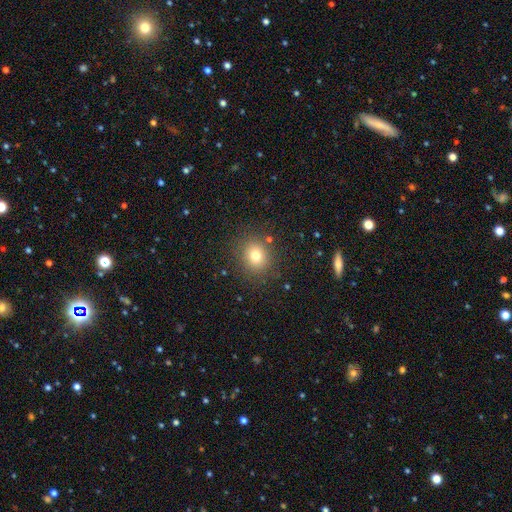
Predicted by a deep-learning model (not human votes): Overall: smooth (76%). How rounded: round (75%). Merging: none (85%).